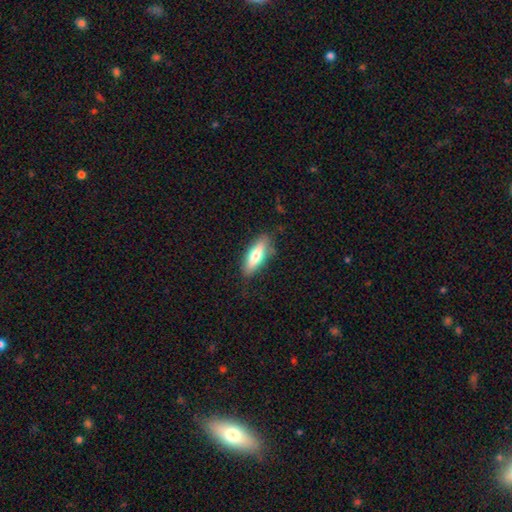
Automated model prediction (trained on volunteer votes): This appears to be a smooth galaxy with no disk features (66%) that is in between round and cigar-shaped (58%). Merging: none (81%).